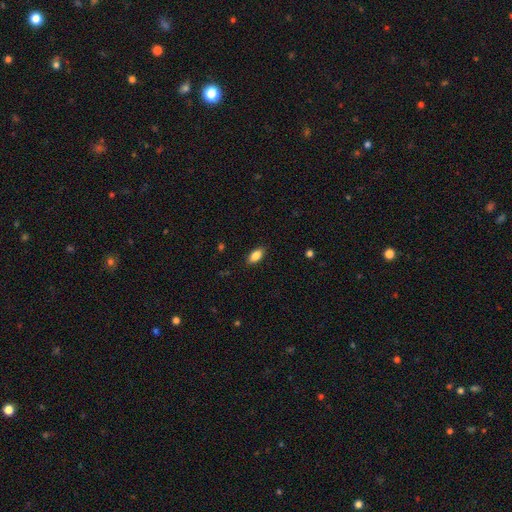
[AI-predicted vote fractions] The model was most divided on "merging": none: 87%, minor disturbance: 10%, major disturbance: 2%, merger: 1%. More confident: how rounded — in between (90%); smooth or featured — smooth (86%).